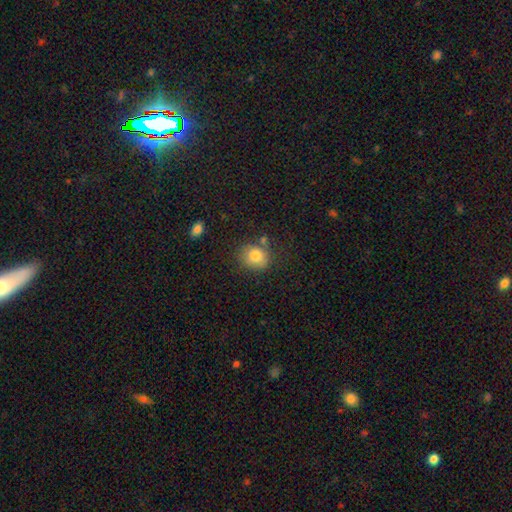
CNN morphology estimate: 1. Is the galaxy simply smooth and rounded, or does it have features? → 81% smooth, 10% star or artifact, 9% featured or disk.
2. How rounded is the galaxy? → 69% round, 30% in between, 1% cigar-shaped.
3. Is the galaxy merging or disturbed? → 69% none, 17% minor disturbance, 8% merger, 5% major disturbance.